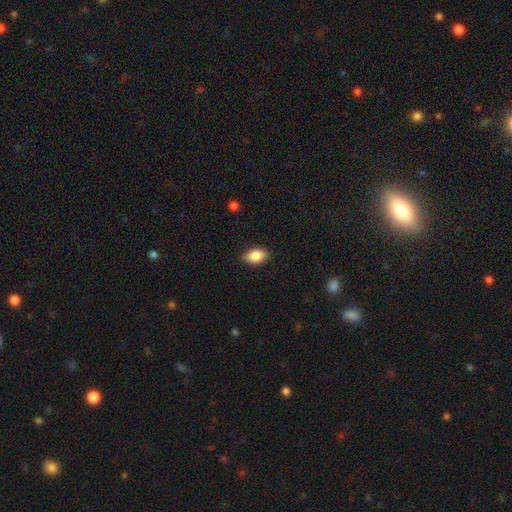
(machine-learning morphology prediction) smooth 82%, featured or disk 10%, star or artifact 8%. Down the decision tree: how rounded — in between (87%); merging — none (85%).